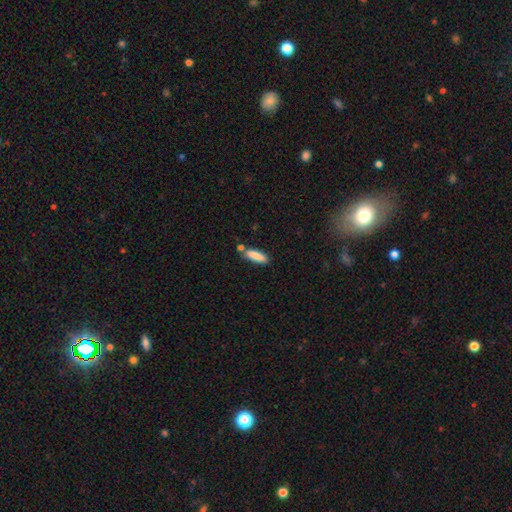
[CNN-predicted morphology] Q: Smooth or featured?
A: smooth (86%); runner-up: featured or disk (7%)
Q: How rounded?
A: cigar-shaped (56%); runner-up: in between (42%)
Q: Merging?
A: none (69%); runner-up: minor disturbance (15%)